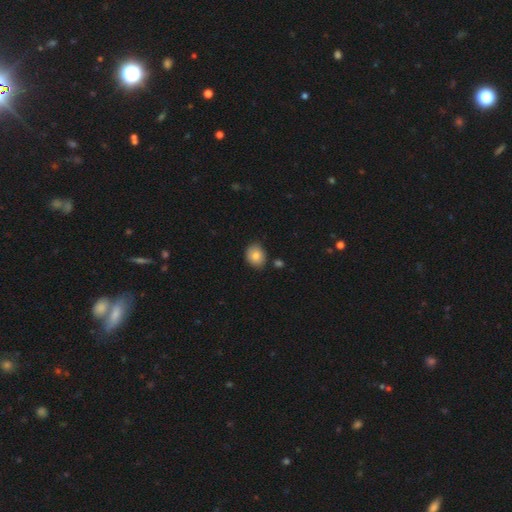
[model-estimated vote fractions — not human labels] Morphology: type=smooth (82%); roundness=in between (50%); merging=none (79%).